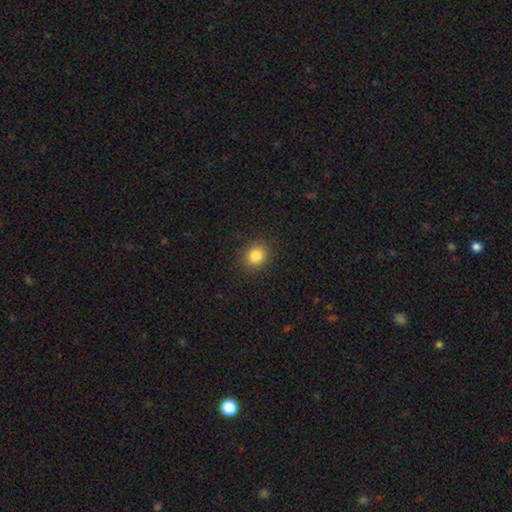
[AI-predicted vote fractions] Morphology: type=smooth (84%); roundness=round (81%); merging=none (90%).